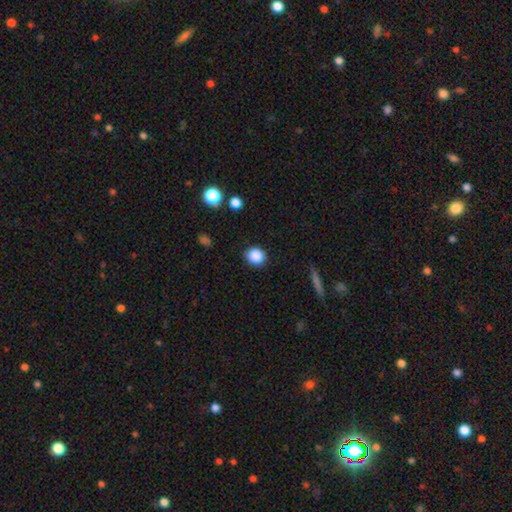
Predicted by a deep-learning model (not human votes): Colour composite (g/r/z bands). It shows a smooth galaxy with no disk features (86%) that is round (79%). Merging: none (88%).